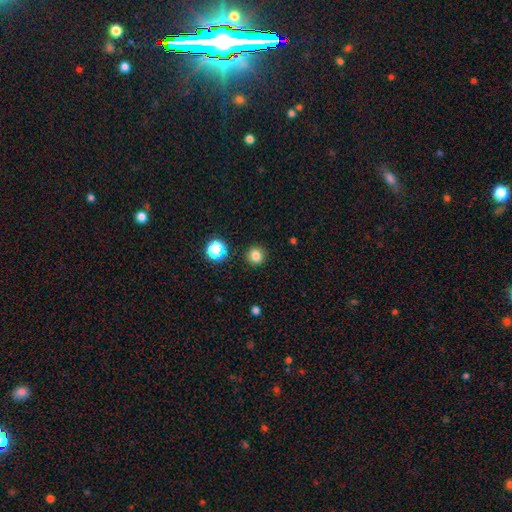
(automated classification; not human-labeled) Overall: smooth (80%). How rounded: round (93%). Merging: none (91%).